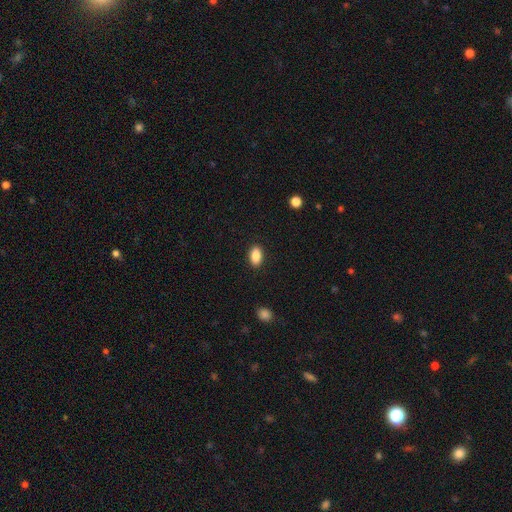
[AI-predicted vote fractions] smooth 88%, star or artifact 8%, featured or disk 4%. Down the decision tree: how rounded — in between (90%); merging — none (89%).